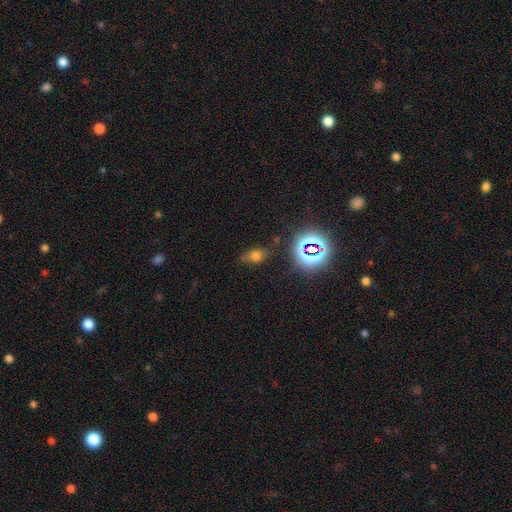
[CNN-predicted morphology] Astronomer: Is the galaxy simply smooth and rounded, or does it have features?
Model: smooth — 60%.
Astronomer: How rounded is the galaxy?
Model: in between — 78%.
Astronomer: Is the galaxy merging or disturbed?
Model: none — 71%.